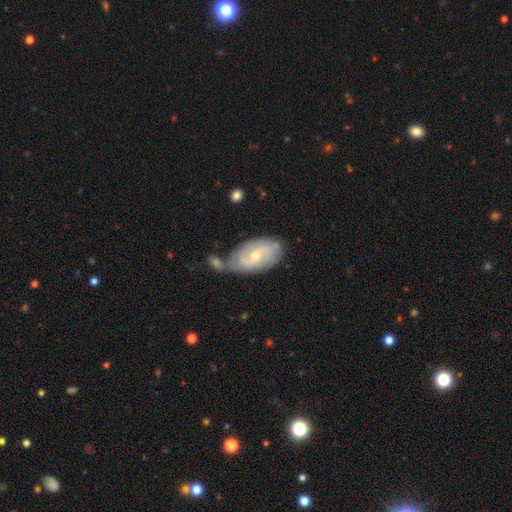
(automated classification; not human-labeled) smooth_or_featured: featured or disk (p=0.60) [alt: smooth p=0.33]
disk_edge_on: no (p=0.93) [alt: yes p=0.07]
bar: no (p=0.58) [alt: weak p=0.34]
has_spiral_arms: yes (p=0.73) [alt: no p=0.27]
bulge_size: small (p=0.56) [alt: moderate p=0.41]
merging: none (p=0.52) [alt: minor disturbance p=0.22]